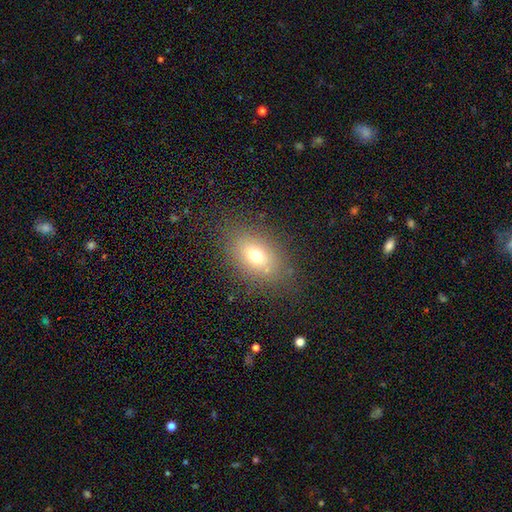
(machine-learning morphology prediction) A smooth galaxy with no disk features (69%) that is in between round and cigar-shaped (81%).

Vote fractions:
- Smooth or featured? smooth: 69% / featured or disk: 17% / star or artifact: 14%
- How rounded? in between: 81% / round: 16% / cigar-shaped: 3%
- Merging? none: 81% / minor disturbance: 12% / major disturbance: 5% / merger: 1%